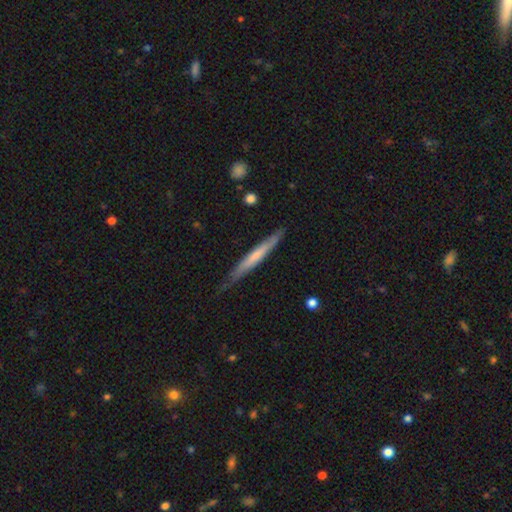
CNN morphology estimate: smooth 50%, featured or disk 45%, star or artifact 5%. Down the decision tree: how rounded — cigar-shaped (96%); merging — none (76%).